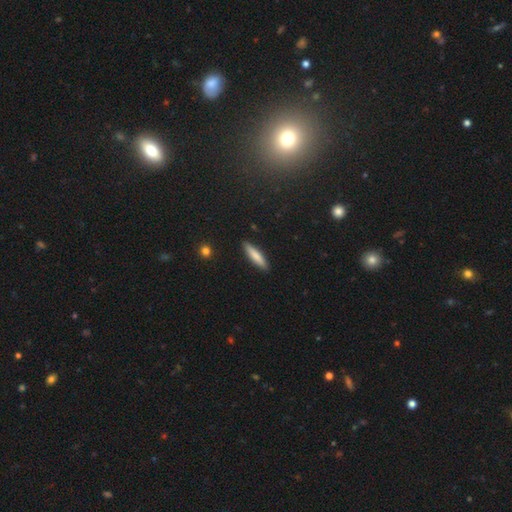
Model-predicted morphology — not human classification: Smooth or featured? Predicted: smooth (p=0.78). How rounded? Predicted: cigar-shaped (p=0.83). Merging? Predicted: none (p=0.90).